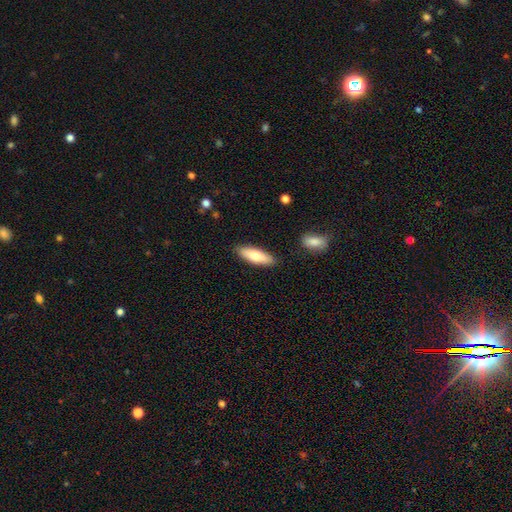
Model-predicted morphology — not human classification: smooth 76%, featured or disk 19%, star or artifact 6%. Down the decision tree: how rounded — in between (52%); merging — none (86%).